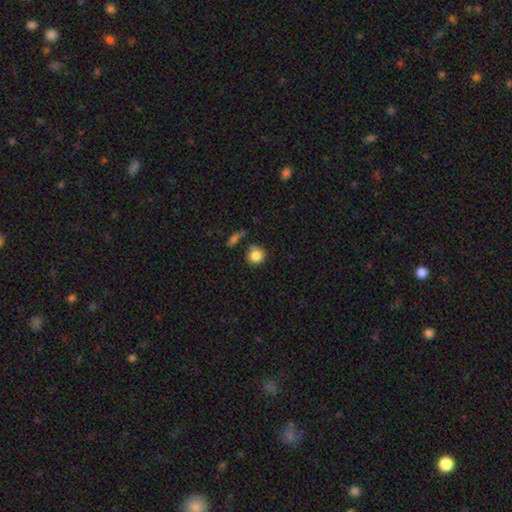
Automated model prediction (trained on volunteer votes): A smooth galaxy with no disk features (85%) that is round (88%). Merging: none (68%).